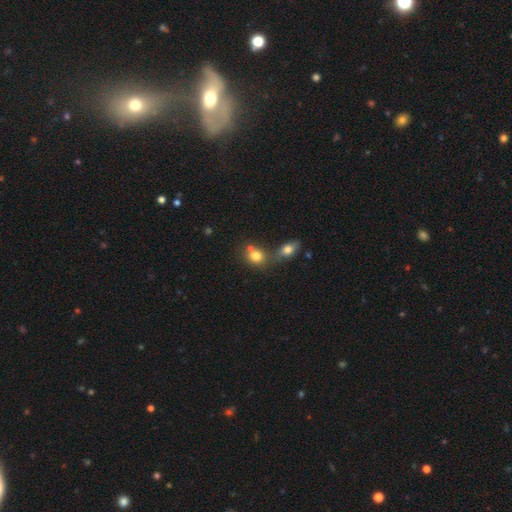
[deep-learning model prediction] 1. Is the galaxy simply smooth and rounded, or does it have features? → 78% smooth, 11% star or artifact, 11% featured or disk.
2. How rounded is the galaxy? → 65% round, 34% in between, 1% cigar-shaped.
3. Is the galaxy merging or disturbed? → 43% merger, 42% none, 10% minor disturbance, 4% major disturbance.